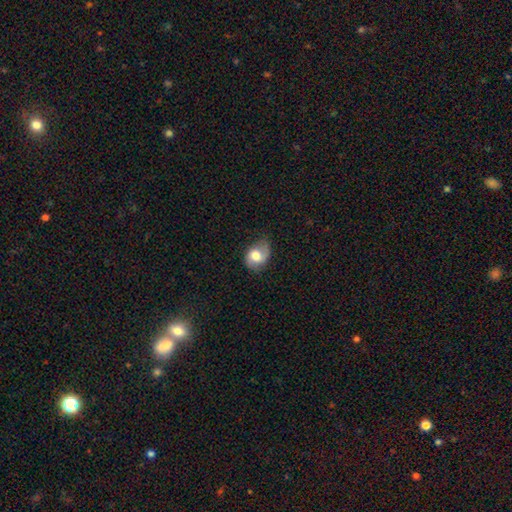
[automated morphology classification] A smooth galaxy with no disk features (57%) that is in between round and cigar-shaped (59%).

Vote fractions:
- Smooth or featured? smooth: 57% / featured or disk: 35% / star or artifact: 8%
- How rounded? in between: 59% / round: 40% / cigar-shaped: 1%
- Merging? none: 51% / minor disturbance: 34% / major disturbance: 14% / merger: 2%